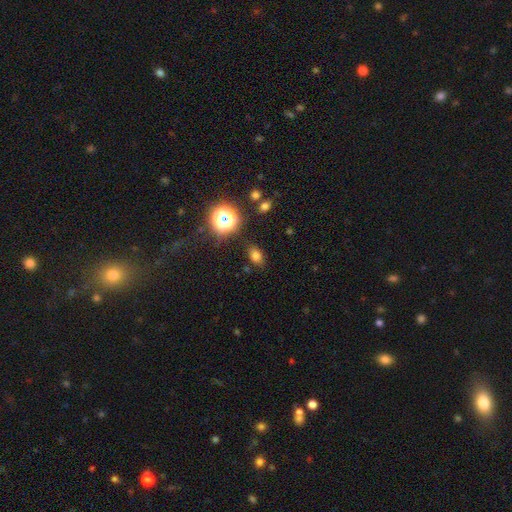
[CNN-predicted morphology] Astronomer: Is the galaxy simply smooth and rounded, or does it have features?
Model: smooth — 72%.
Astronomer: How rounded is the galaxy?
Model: in between — 74%.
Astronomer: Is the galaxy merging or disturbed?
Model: none — 83%.